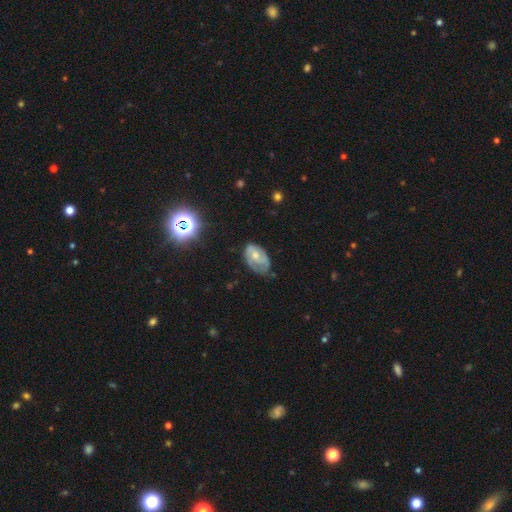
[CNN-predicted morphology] Smooth or featured? featured or disk (57%)
Edge-on disk? no (95%)
Bar? no (71%)
Spiral arms? yes (71%)
Bulge size? moderate (52%)
Merging? none (50%)